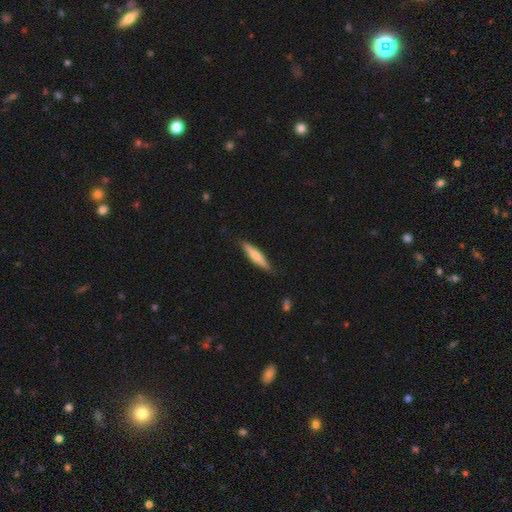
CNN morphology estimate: smooth_or_featured: smooth (p=0.59) [alt: featured or disk p=0.36]
how_rounded: cigar-shaped (p=0.85) [alt: in between p=0.14]
merging: none (p=0.86) [alt: minor disturbance p=0.11]